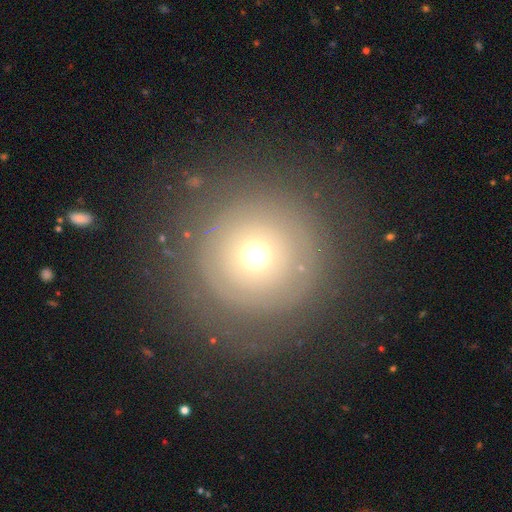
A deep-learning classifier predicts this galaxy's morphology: Overall: smooth (50%; featured or disk 39%). Merging: none (80%).